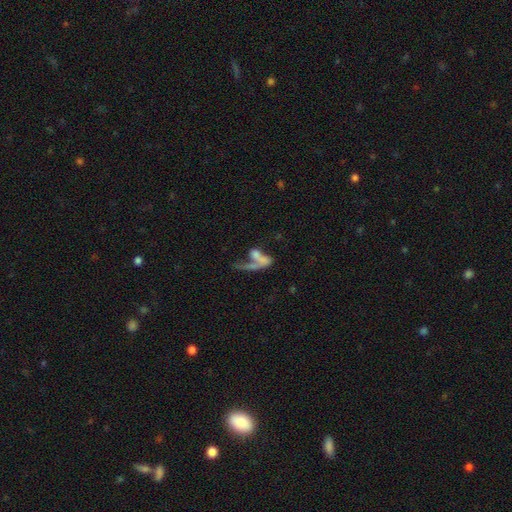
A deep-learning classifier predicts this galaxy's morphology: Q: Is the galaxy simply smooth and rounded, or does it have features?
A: smooth — 45%.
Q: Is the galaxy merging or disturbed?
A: merger — 48%.